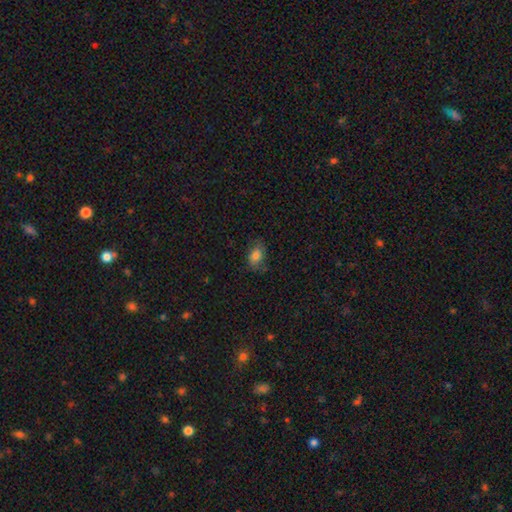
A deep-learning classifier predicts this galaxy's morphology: A smooth galaxy with no disk features (78%) that is in between round and cigar-shaped (80%).

Vote fractions:
- Smooth or featured? smooth: 78% / featured or disk: 11% / star or artifact: 11%
- How rounded? in between: 80% / round: 18% / cigar-shaped: 2%
- Merging? none: 71% / minor disturbance: 22% / major disturbance: 6% / merger: 2%